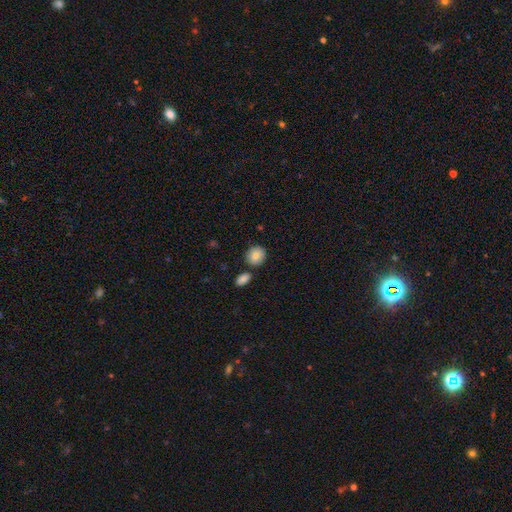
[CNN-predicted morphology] Smooth or featured: smooth — 83% (featured or disk — 9%)
How rounded: round — 82% (in between — 17%)
Merging: none — 77% (minor disturbance — 10%)